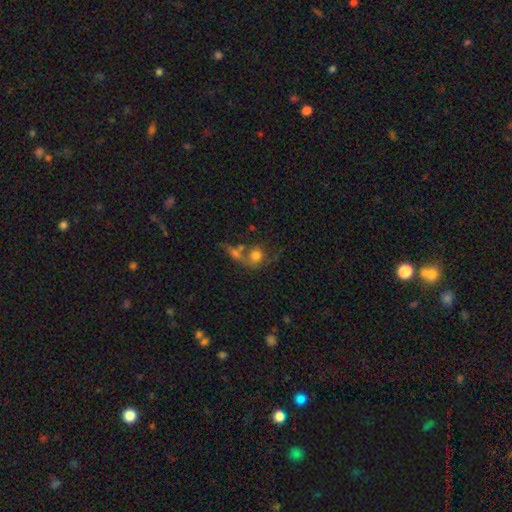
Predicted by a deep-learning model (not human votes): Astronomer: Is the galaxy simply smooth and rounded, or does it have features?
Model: smooth — 64%.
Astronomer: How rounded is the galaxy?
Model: round — 76%.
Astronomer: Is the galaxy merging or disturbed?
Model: merger — 38% (runner-up: none, 33%).